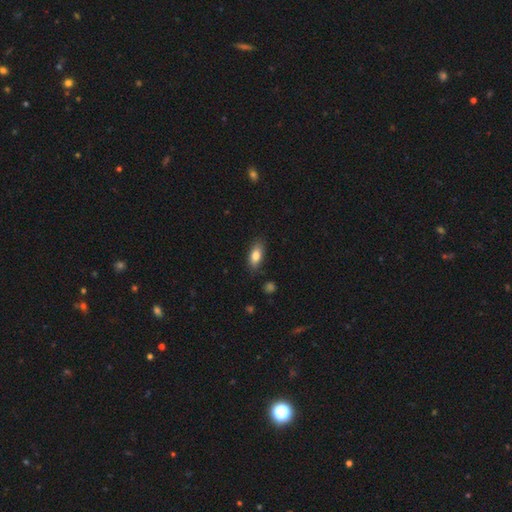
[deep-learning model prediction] Overall: smooth (80%). How rounded: in between (83%). Merging: none (82%).